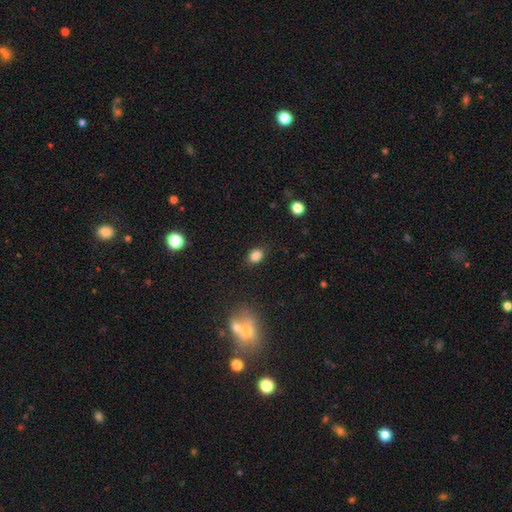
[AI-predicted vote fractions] Overall: smooth (84%). How rounded: in between (69%). Merging: none (84%).